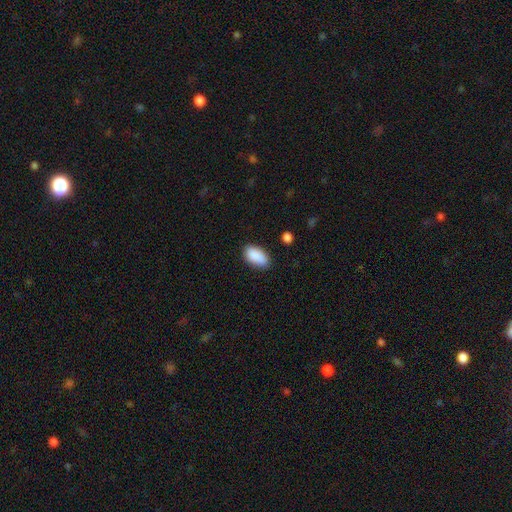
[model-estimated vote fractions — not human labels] Overall: smooth (89%). How rounded: in between (93%). Merging: none (79%).